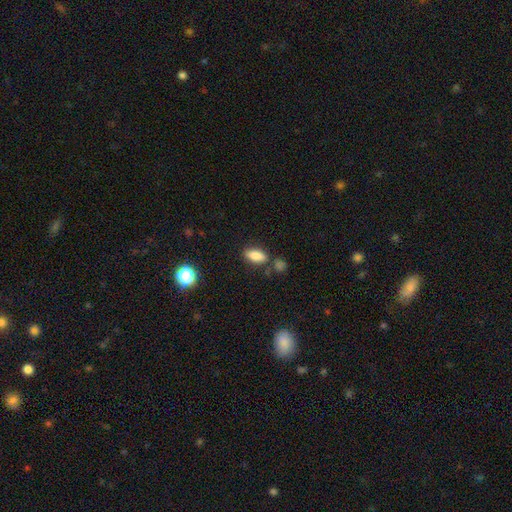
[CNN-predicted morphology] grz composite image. It shows a smooth galaxy with no disk features (83%) that is in between round and cigar-shaped (83%). Merging: none (75%).